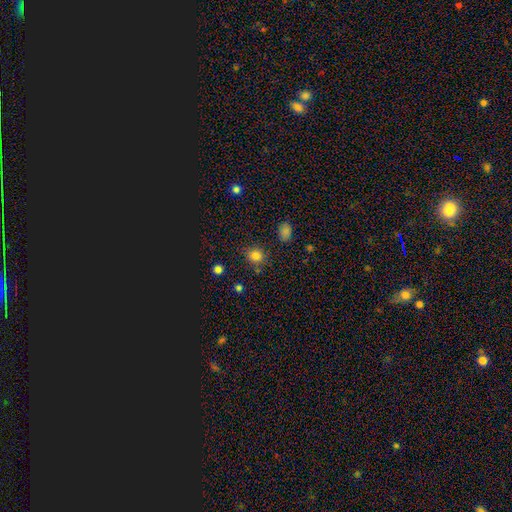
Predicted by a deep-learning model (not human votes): Smooth or featured? Predicted: smooth (p=0.80). How rounded? Predicted: round (p=0.77). Merging? Predicted: none (p=0.79).